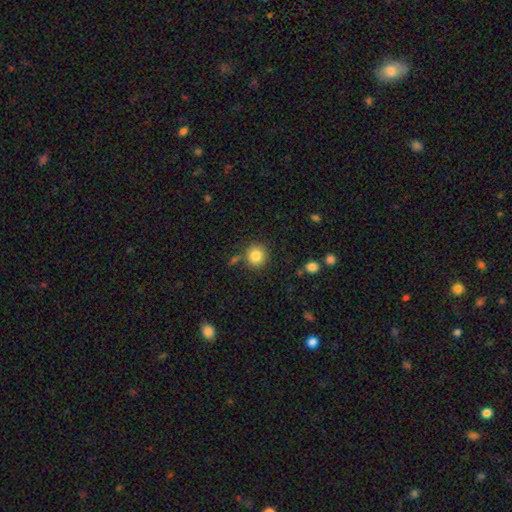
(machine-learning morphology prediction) The model was most divided on "merging": none: 80%, minor disturbance: 10%, merger: 7%, major disturbance: 3%. More confident: how rounded — round (89%); smooth or featured — smooth (85%).